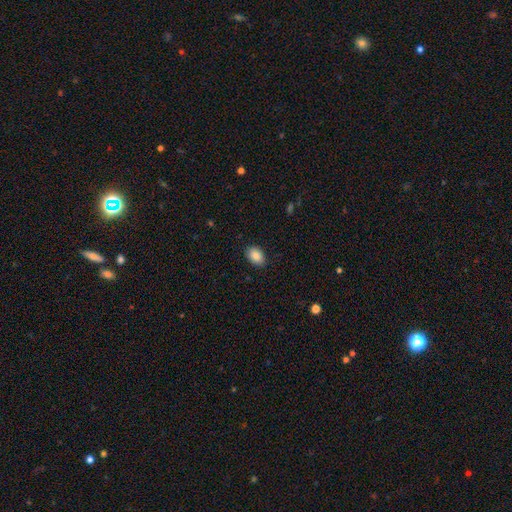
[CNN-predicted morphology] smooth_or_featured: smooth (p=0.88) [alt: star or artifact p=0.07]
how_rounded: in between (p=0.84) [alt: round p=0.14]
merging: none (p=0.87) [alt: minor disturbance p=0.10]